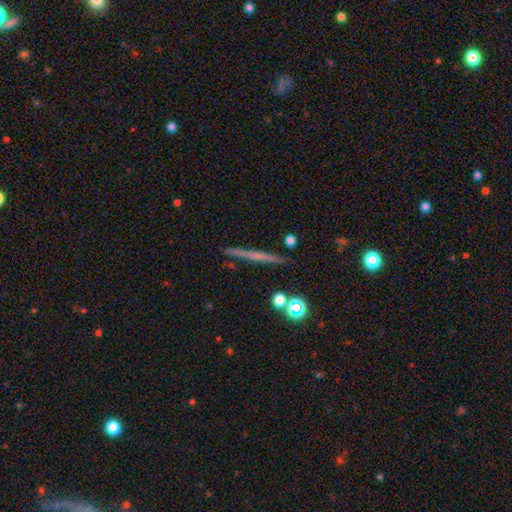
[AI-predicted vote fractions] Smooth or featured?
  - featured or disk: 49% *
  - smooth: 42%
  - star or artifact: 9%
Merging?
  - none: 89% *
  - minor disturbance: 7%
  - merger: 2%
  - major disturbance: 2%